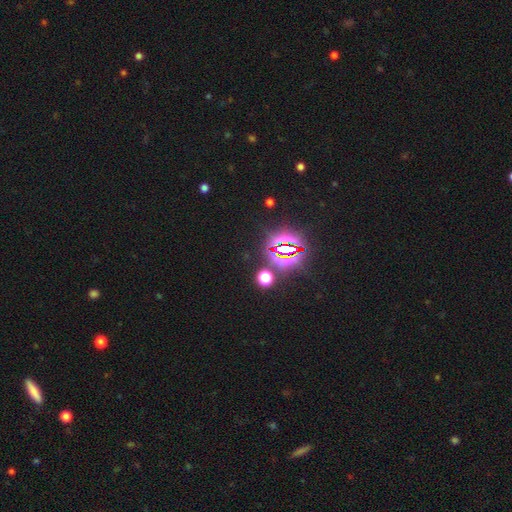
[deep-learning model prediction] star or artifact 83%, smooth 11%, featured or disk 7%.